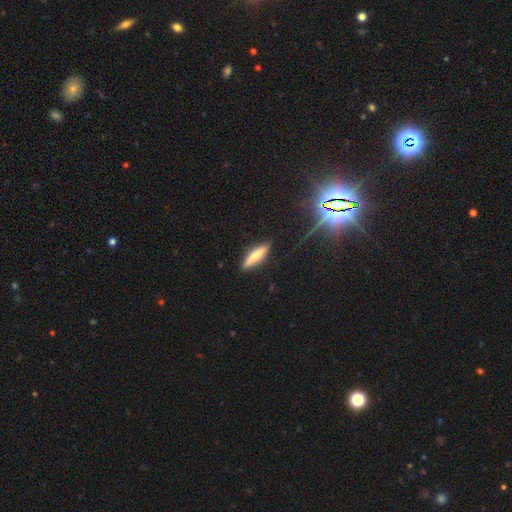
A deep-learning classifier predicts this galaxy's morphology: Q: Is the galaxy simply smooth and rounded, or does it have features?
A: smooth — 61%.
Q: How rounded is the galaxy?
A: cigar-shaped — 75%.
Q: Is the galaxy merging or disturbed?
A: none — 88%.